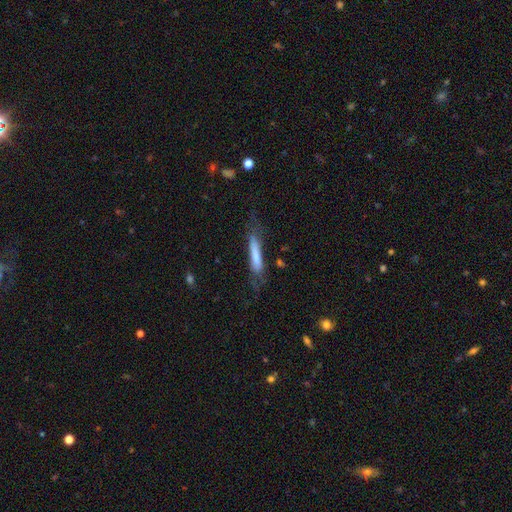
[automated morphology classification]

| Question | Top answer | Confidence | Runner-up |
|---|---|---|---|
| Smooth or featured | smooth | 66% | featured or disk (27%) |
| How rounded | cigar-shaped | 87% | in between (12%) |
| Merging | none | 57% | minor disturbance (25%) |